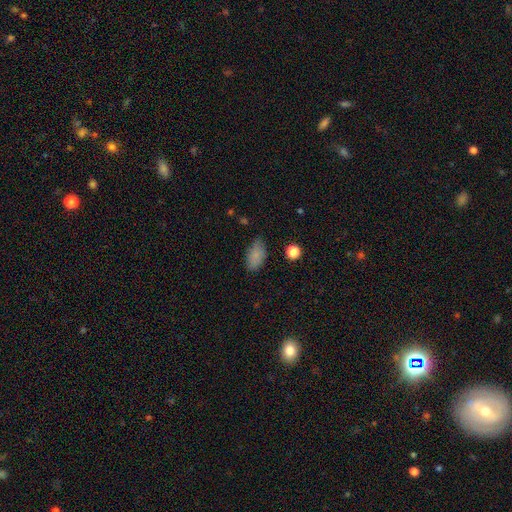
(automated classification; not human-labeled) smooth_or_featured: smooth (p=0.83) [alt: star or artifact p=0.10]
how_rounded: in between (p=0.91) [alt: round p=0.06]
merging: none (p=0.72) [alt: minor disturbance p=0.21]